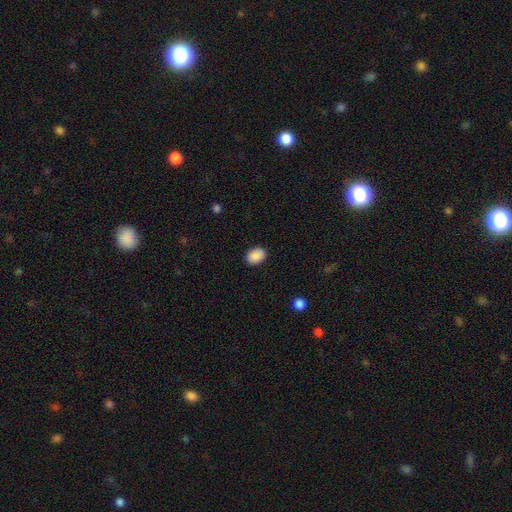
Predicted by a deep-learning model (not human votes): Overall: smooth (89%). How rounded: in between (76%). Merging: none (87%).